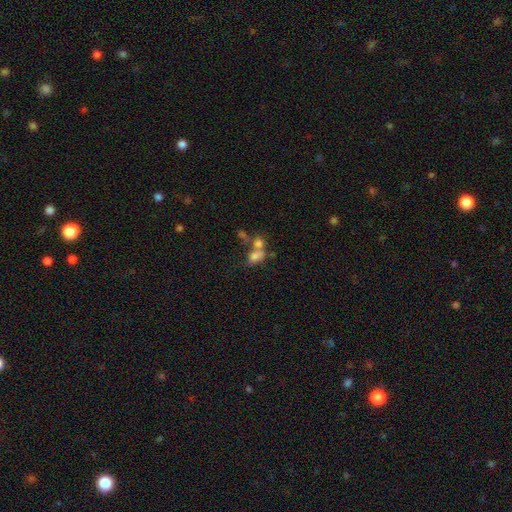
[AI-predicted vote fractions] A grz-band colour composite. It shows a smooth galaxy with no disk features (69%) that is in between round and cigar-shaped (73%). Merging: merger (55%).